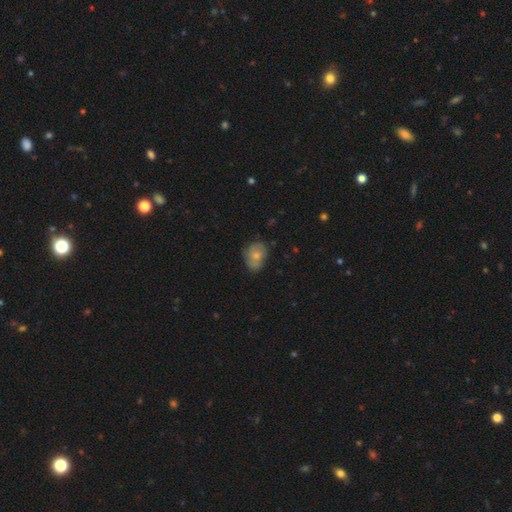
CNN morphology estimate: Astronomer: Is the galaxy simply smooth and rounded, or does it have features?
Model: smooth — 65%.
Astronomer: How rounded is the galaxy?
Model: in between — 67%.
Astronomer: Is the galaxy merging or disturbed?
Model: none — 60%.